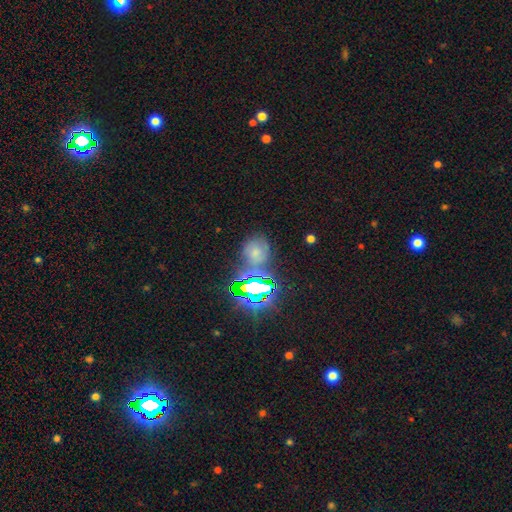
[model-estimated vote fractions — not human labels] The model was most divided on "smooth or featured": star or artifact: 50%, smooth: 34%, featured or disk: 17%.